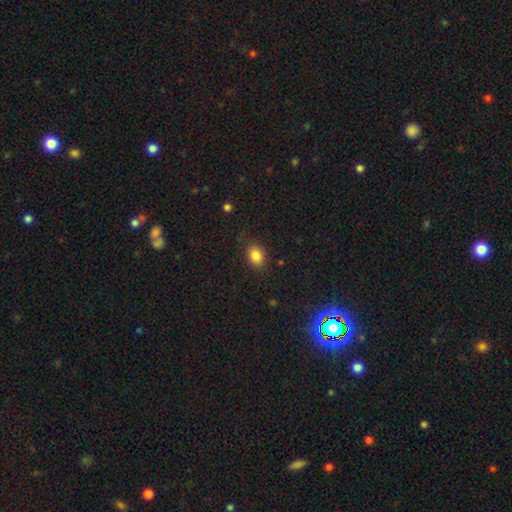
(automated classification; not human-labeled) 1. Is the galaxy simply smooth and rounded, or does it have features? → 84% smooth, 10% star or artifact, 6% featured or disk.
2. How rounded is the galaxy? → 66% in between, 32% round, 1% cigar-shaped.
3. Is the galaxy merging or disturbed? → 81% none, 14% minor disturbance, 4% major disturbance, 1% merger.